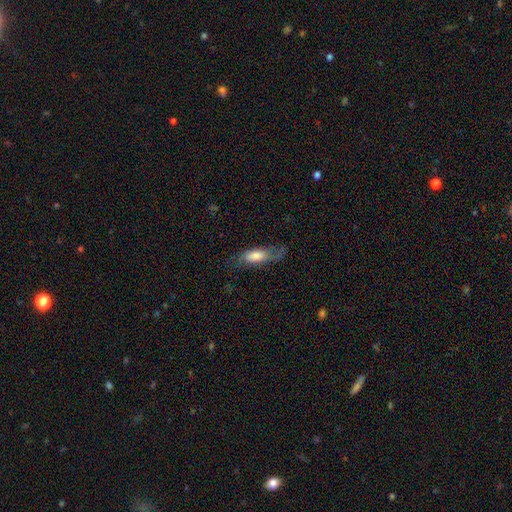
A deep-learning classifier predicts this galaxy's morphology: Overall: smooth (61%; featured or disk 32%). How rounded: in between (66%; cigar-shaped 31%). Merging: none (57%; minor disturbance 25%).